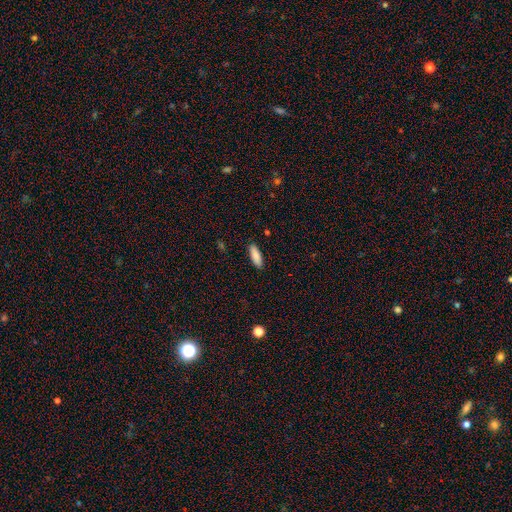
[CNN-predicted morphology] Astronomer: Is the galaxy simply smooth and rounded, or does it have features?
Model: smooth — 87%.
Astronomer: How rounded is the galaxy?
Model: in between — 62%.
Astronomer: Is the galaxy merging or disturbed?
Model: none — 88%.